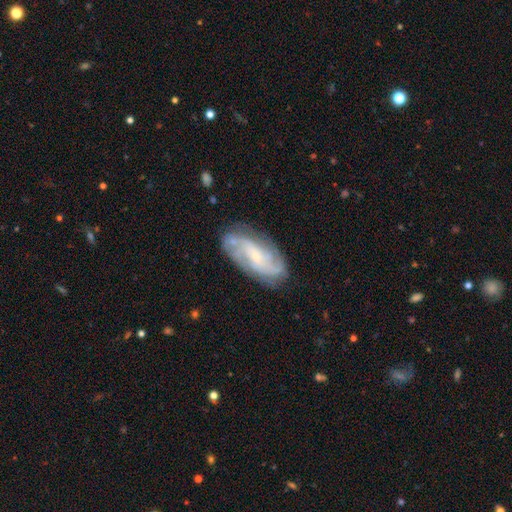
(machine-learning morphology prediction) Q: Smooth or featured?
A: featured or disk (78%); runner-up: smooth (16%)
Q: Edge-on disk?
A: no (93%); runner-up: yes (7%)
Q: Bar?
A: no (58%); runner-up: weak (33%)
Q: Spiral arms?
A: yes (94%); runner-up: no (6%)
Q: Spiral winding?
A: medium (41%); runner-up: tight (40%)
Q: Spiral arm count?
A: 2 (31%); runner-up: can't tell (29%)
Q: Bulge size?
A: small (66%); runner-up: moderate (24%)
Q: Merging?
A: none (76%); runner-up: minor disturbance (17%)